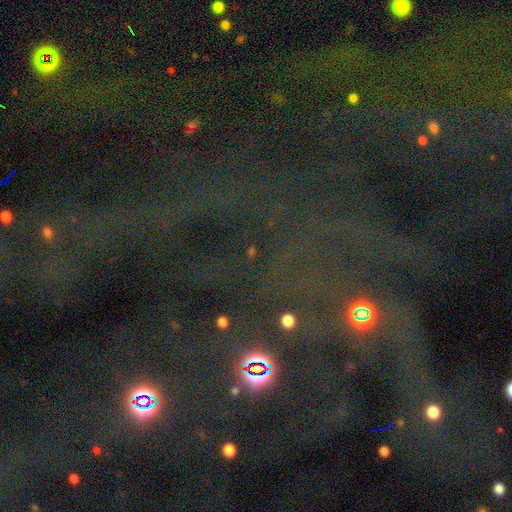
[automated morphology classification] The model was most divided on "smooth or featured": star or artifact: 76%, featured or disk: 12%, smooth: 12%.